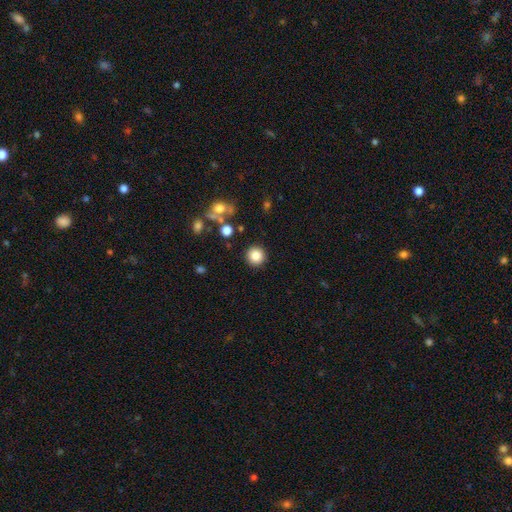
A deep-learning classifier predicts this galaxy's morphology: This is clearly a smooth galaxy (84%). How rounded: clearly round (94%). Merging: clearly none (89%).